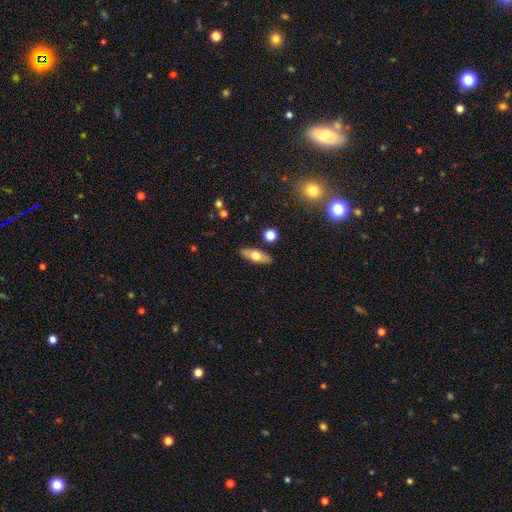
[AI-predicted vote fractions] smooth 57%, featured or disk 36%, star or artifact 7%. Down the decision tree: how rounded — in between (63%); merging — none (87%).